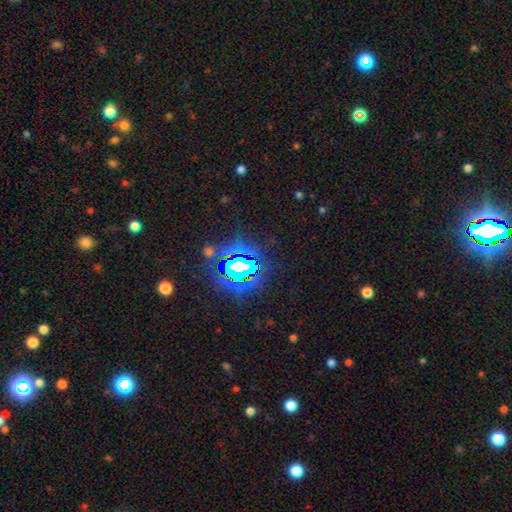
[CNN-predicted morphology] This is likely a star or artifact rather than a galaxy (80%).